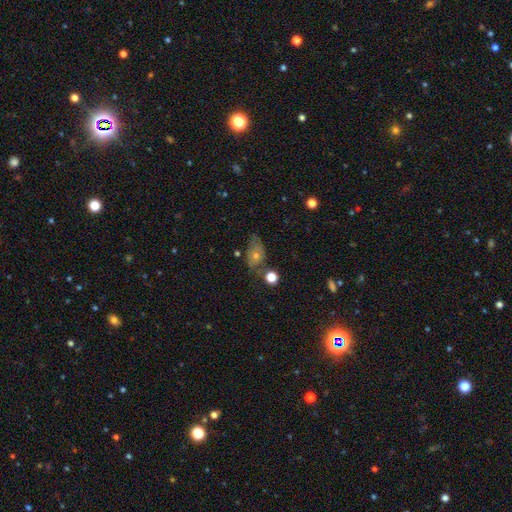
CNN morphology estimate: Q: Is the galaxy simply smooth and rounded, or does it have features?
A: smooth — 43%.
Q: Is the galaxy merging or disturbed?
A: none — 55%.